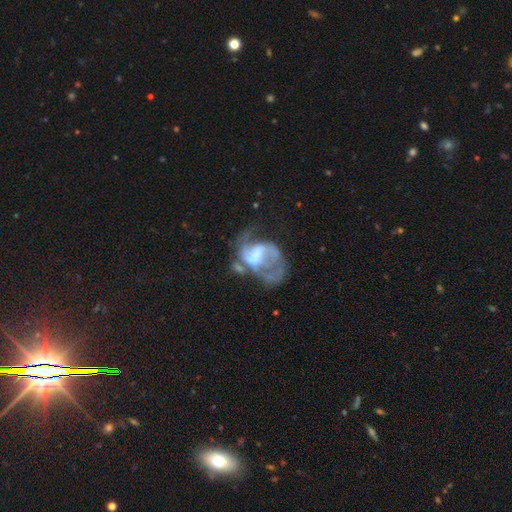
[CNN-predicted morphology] Smooth or featured? featured or disk (69%)
Edge-on disk? no (97%)
Bar? no (51%)
Spiral arms? yes (58%)
Bulge size? none (35%)
Merging? major disturbance (49%)